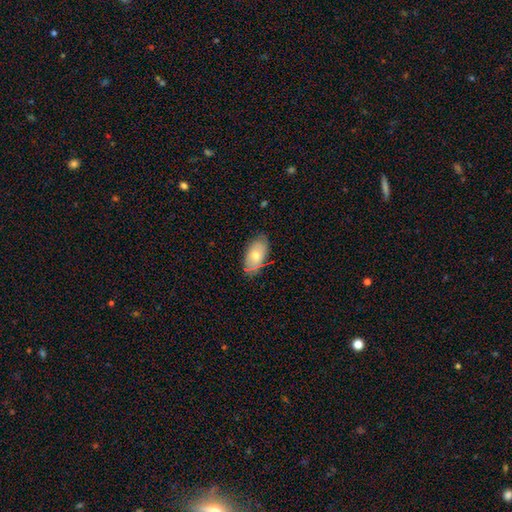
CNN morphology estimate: smooth_or_featured: smooth (p=0.67) [alt: featured or disk p=0.26]
how_rounded: in between (p=0.93) [alt: round p=0.04]
merging: none (p=0.81) [alt: minor disturbance p=0.15]